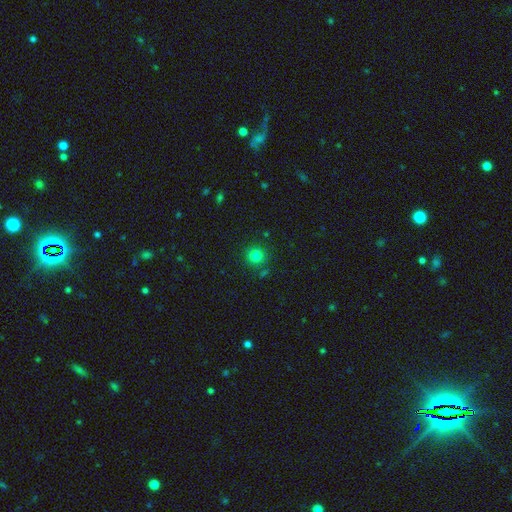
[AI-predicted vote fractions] Morphology: type=smooth (80%); roundness=round (94%); merging=none (84%).